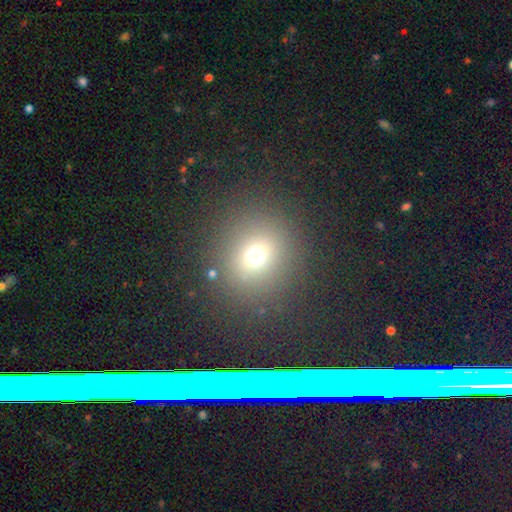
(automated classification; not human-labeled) This is likely a smooth galaxy (69%). How rounded: clearly round (86%). Merging: clearly none (85%).